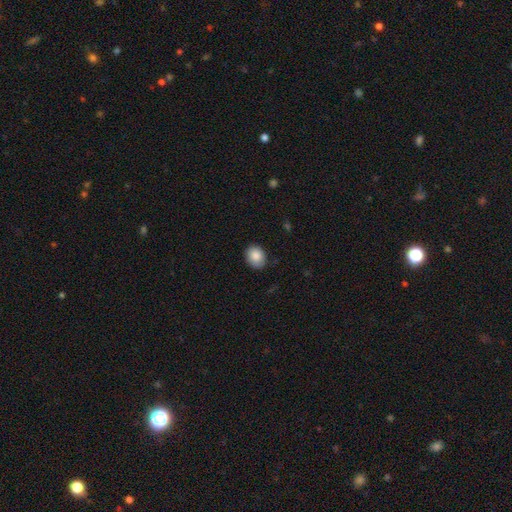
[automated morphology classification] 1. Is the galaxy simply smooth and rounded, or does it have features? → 87% smooth, 8% star or artifact, 5% featured or disk.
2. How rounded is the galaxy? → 50% in between, 49% round, 1% cigar-shaped.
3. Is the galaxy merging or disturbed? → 85% none, 12% minor disturbance, 2% major disturbance, 1% merger.